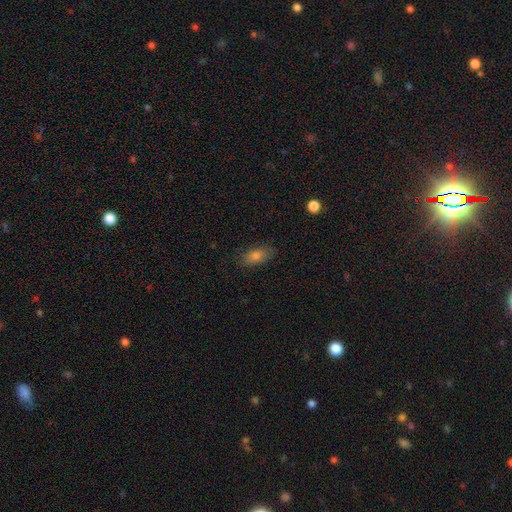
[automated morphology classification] Q: Smooth or featured?
A: smooth (72%); runner-up: featured or disk (16%)
Q: How rounded?
A: in between (82%); runner-up: cigar-shaped (12%)
Q: Merging?
A: none (84%); runner-up: minor disturbance (12%)